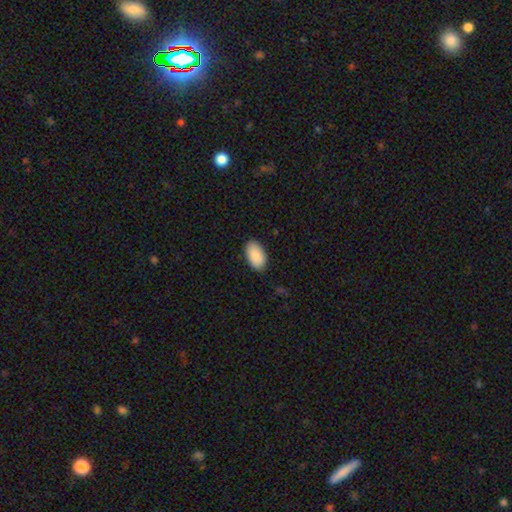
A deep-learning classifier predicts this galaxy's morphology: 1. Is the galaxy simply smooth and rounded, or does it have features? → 91% smooth, 6% star or artifact, 3% featured or disk.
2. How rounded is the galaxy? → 96% in between, 3% round, 1% cigar-shaped.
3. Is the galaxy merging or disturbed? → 87% none, 10% minor disturbance, 2% major disturbance, 1% merger.